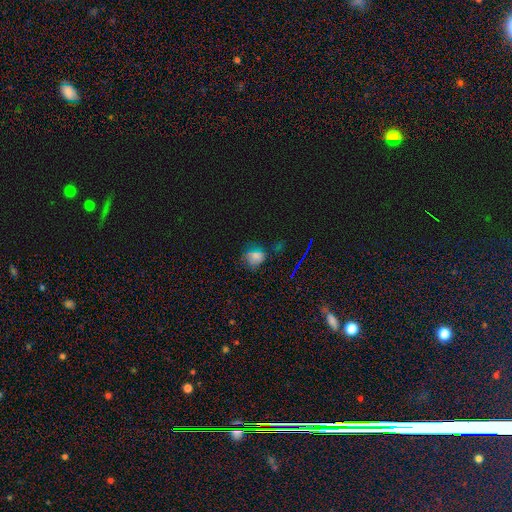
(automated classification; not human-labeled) Overall: smooth (49%; star or artifact 41%). Merging: none (64%).